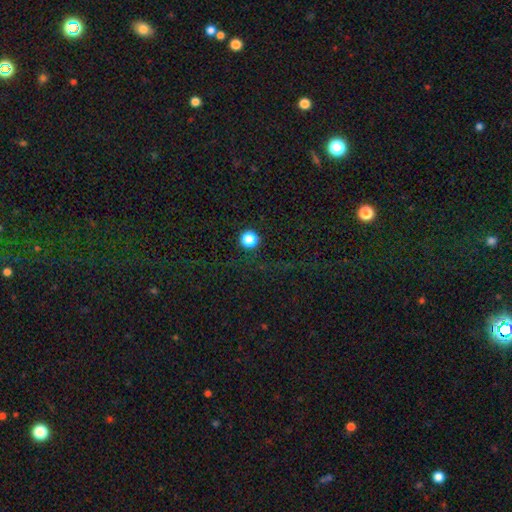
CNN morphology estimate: A star or artifact, not a galaxy (71%).

Vote fractions:
- Smooth or featured? star or artifact: 71% / smooth: 20% / featured or disk: 9%